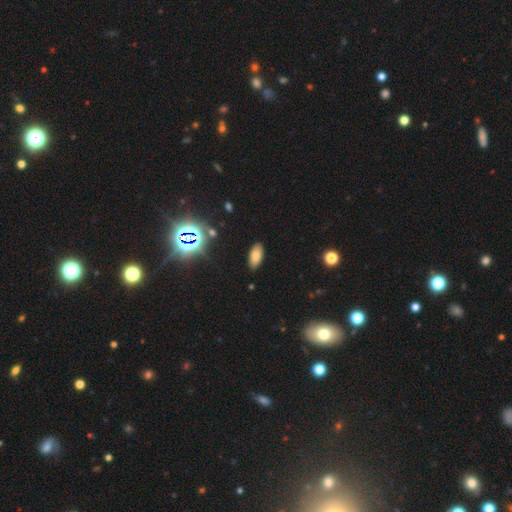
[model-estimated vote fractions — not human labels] Smooth or featured? smooth (75%)
How rounded? in between (90%)
Merging? none (87%)